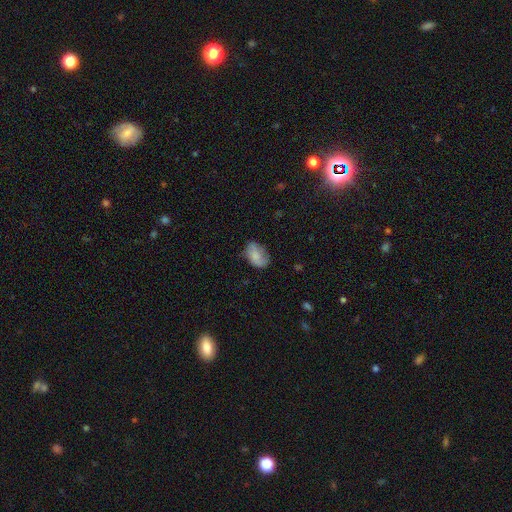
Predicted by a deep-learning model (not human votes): The model was most divided on "merging": none: 60%, minor disturbance: 28%, major disturbance: 10%, merger: 2%. More confident: how rounded — in between (88%); smooth or featured — smooth (71%).